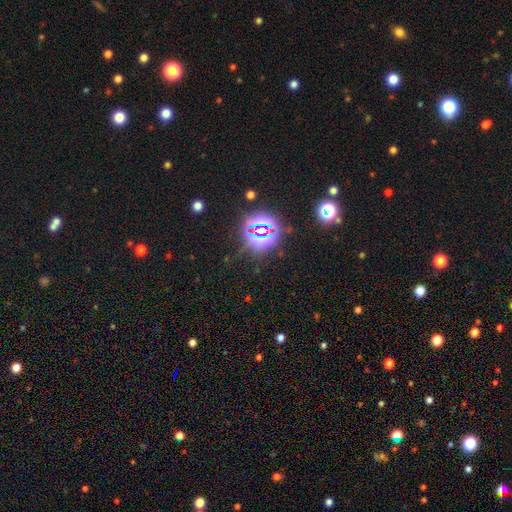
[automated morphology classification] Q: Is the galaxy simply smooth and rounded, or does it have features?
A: star or artifact — 81%.